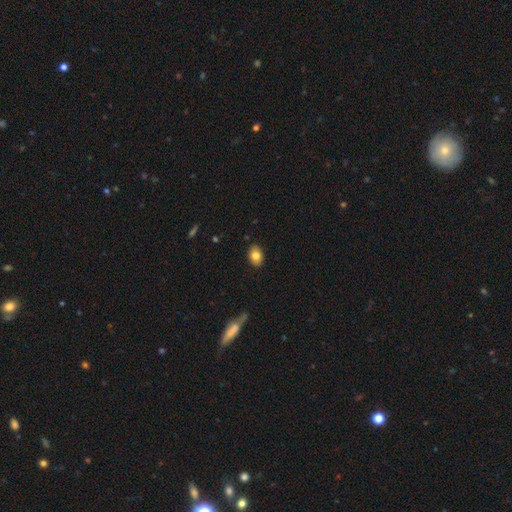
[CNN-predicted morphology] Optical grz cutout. It shows a smooth galaxy with no disk features (79%) that is in between round and cigar-shaped (80%). Merging: none (87%).